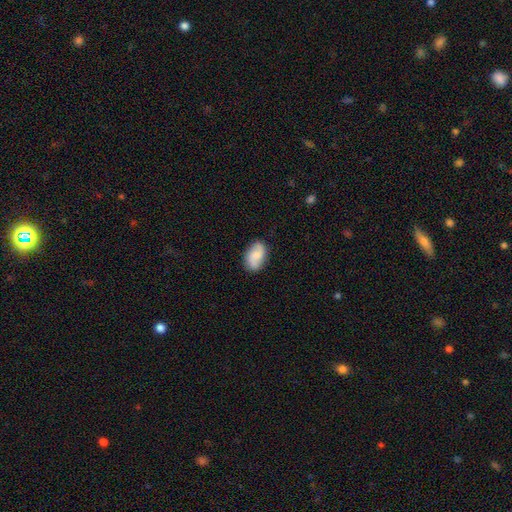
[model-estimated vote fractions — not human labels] A smooth galaxy with no disk features (64%) that is in between round and cigar-shaped (90%). Merging: none (76%).